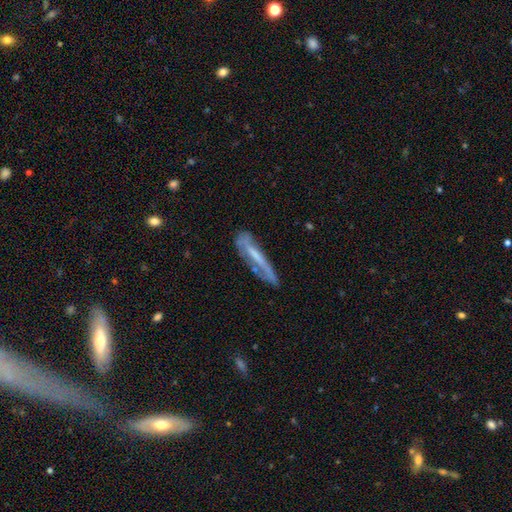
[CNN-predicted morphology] smooth_or_featured: featured or disk (p=0.57) [alt: smooth p=0.35]
disk_edge_on: yes (p=0.58) [alt: no p=0.42]
merging: none (p=0.59) [alt: minor disturbance p=0.25]